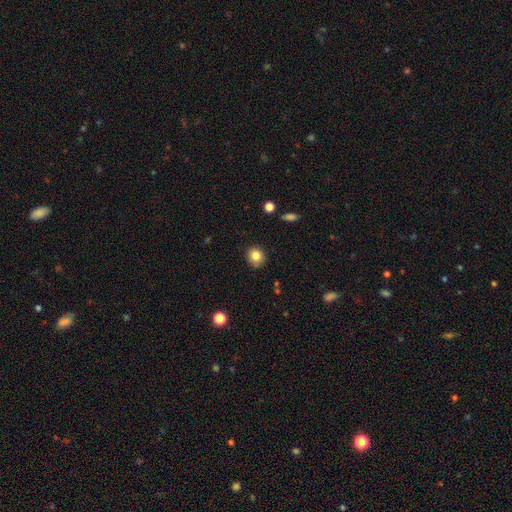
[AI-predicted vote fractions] Q: Smooth or featured?
A: smooth (82%); runner-up: star or artifact (10%)
Q: How rounded?
A: round (83%); runner-up: in between (16%)
Q: Merging?
A: none (83%); runner-up: minor disturbance (13%)